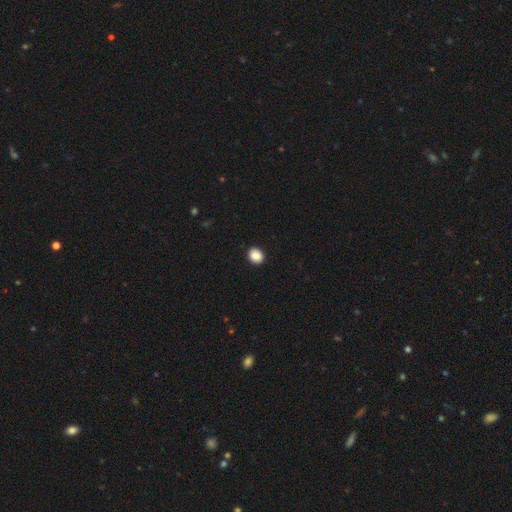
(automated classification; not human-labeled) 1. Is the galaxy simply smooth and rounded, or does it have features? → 88% smooth, 9% star or artifact, 4% featured or disk.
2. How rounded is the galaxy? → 65% round, 34% in between, 1% cigar-shaped.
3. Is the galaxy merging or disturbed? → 92% none, 6% minor disturbance, 2% major disturbance, 1% merger.